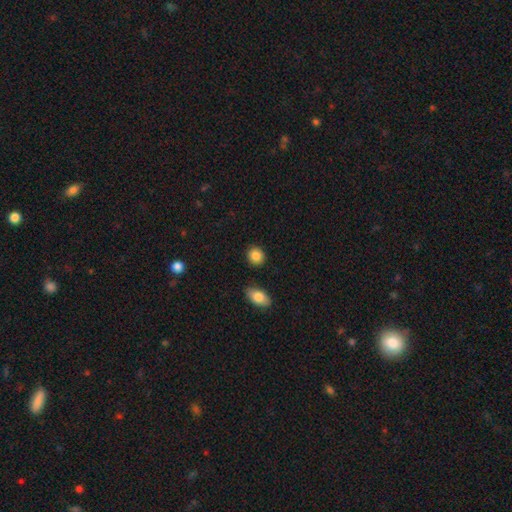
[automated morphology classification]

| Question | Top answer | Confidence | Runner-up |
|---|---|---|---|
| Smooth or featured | smooth | 87% | star or artifact (8%) |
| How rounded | round | 75% | in between (24%) |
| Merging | none | 87% | minor disturbance (7%) |